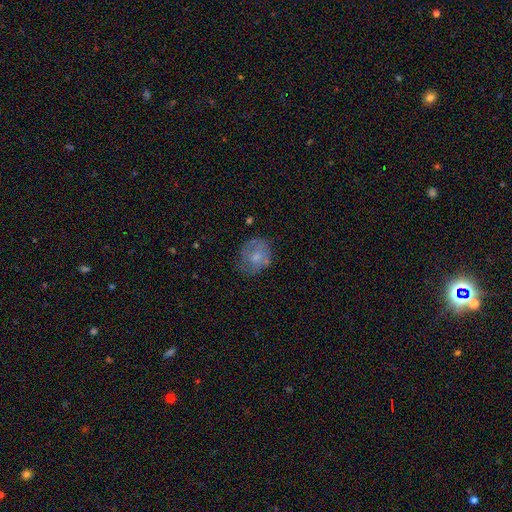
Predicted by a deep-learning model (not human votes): This is possibly a smooth galaxy (55%). How rounded: likely round (67%). Merging: likely none (63%).